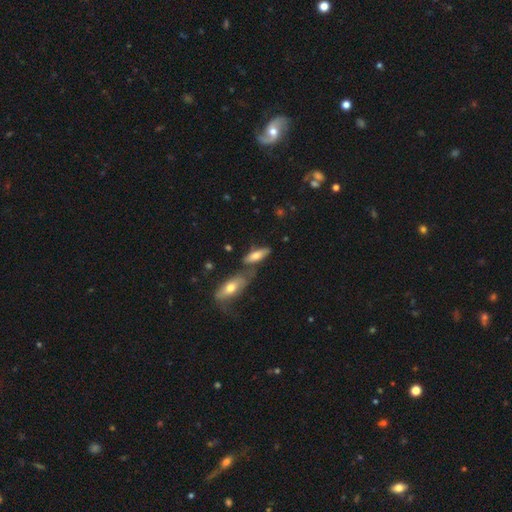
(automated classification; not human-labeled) This is likely a smooth galaxy (61%). How rounded: possibly in between (60%). Merging: possibly none (48%).